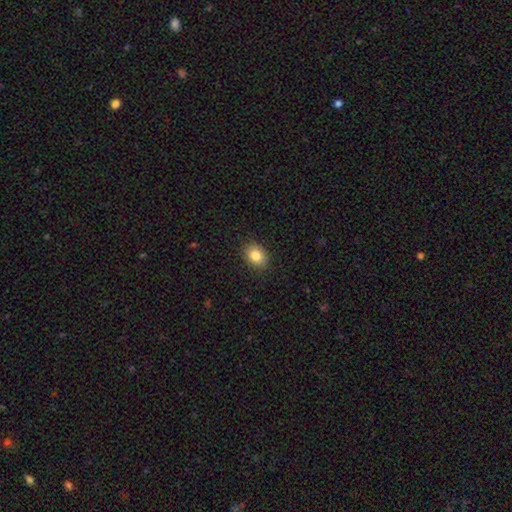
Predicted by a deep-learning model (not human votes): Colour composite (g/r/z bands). It shows a smooth galaxy with no disk features (84%) that is in between round and cigar-shaped (65%). Merging: none (88%).